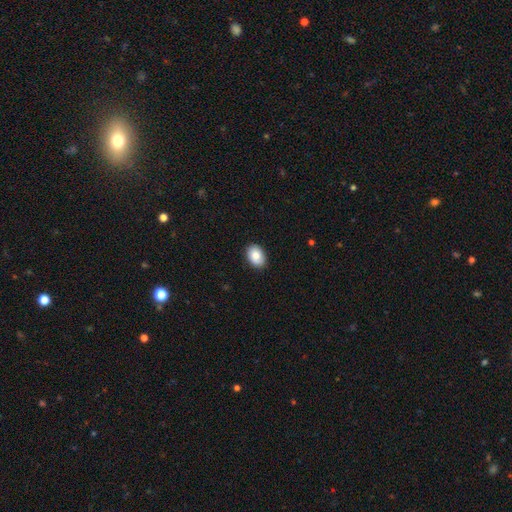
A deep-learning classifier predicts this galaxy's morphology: This is clearly a smooth galaxy (85%). How rounded: clearly in between (80%). Merging: clearly none (89%).